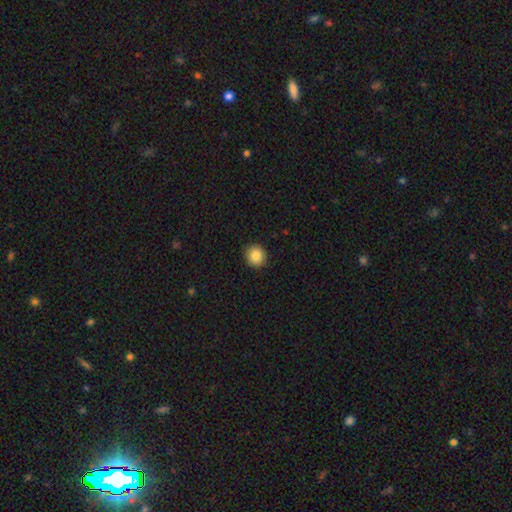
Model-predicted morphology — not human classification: This appears to be a smooth galaxy with no disk features (86%) that is round (90%). Merging: none (92%).